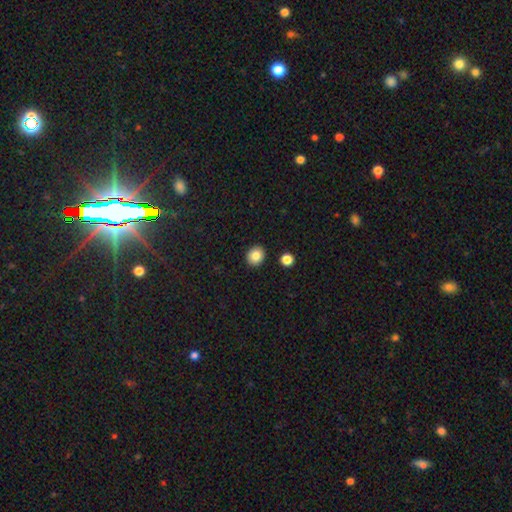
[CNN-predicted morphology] Q: Smooth or featured?
A: smooth (85%); runner-up: star or artifact (10%)
Q: How rounded?
A: round (77%); runner-up: in between (23%)
Q: Merging?
A: none (90%); runner-up: minor disturbance (6%)